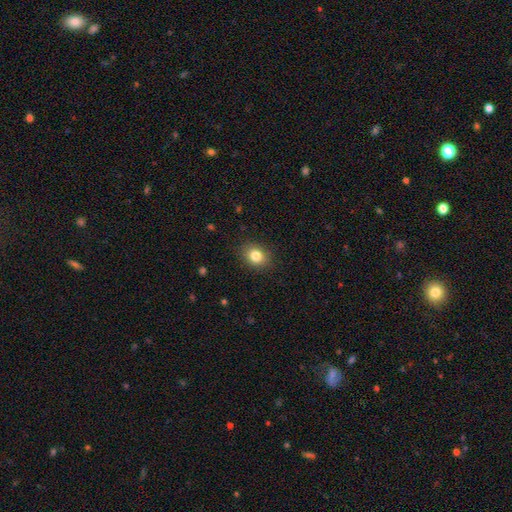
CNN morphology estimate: smooth_or_featured: smooth (p=0.83) [alt: star or artifact p=0.11]
how_rounded: round (p=0.54) [alt: in between p=0.45]
merging: none (p=0.88) [alt: minor disturbance p=0.09]